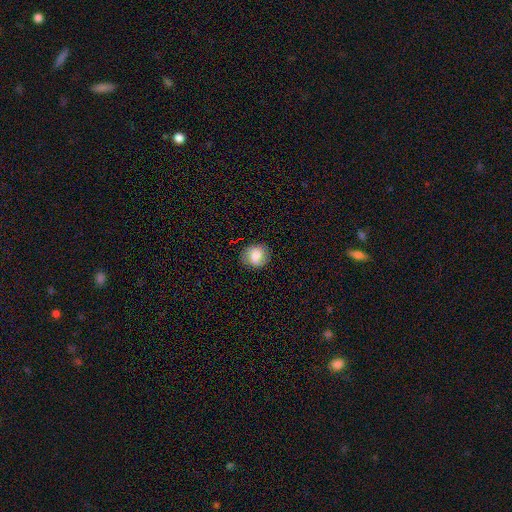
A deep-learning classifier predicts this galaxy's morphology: Smooth or featured?
  - smooth: 65% *
  - featured or disk: 26%
  - star or artifact: 9%
How rounded?
  - round: 79% *
  - in between: 20%
  - cigar-shaped: 1%
Merging?
  - none: 82% *
  - minor disturbance: 13%
  - major disturbance: 4%
  - merger: 1%